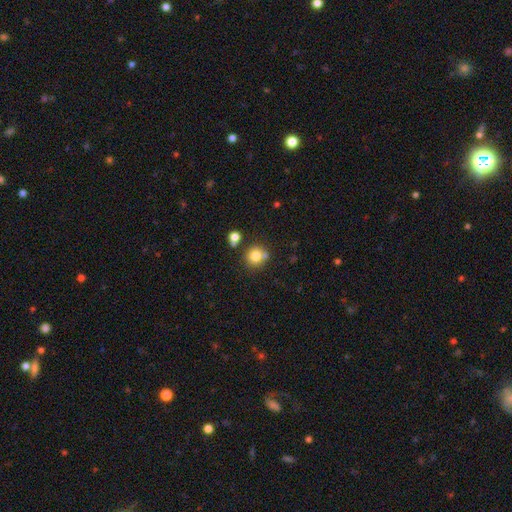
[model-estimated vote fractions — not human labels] A smooth galaxy with no disk features (79%) that is round (90%).

Vote fractions:
- Smooth or featured? smooth: 79% / star or artifact: 12% / featured or disk: 9%
- How rounded? round: 90% / in between: 9% / cigar-shaped: 1%
- Merging? none: 70% / merger: 17% / minor disturbance: 10% / major disturbance: 3%